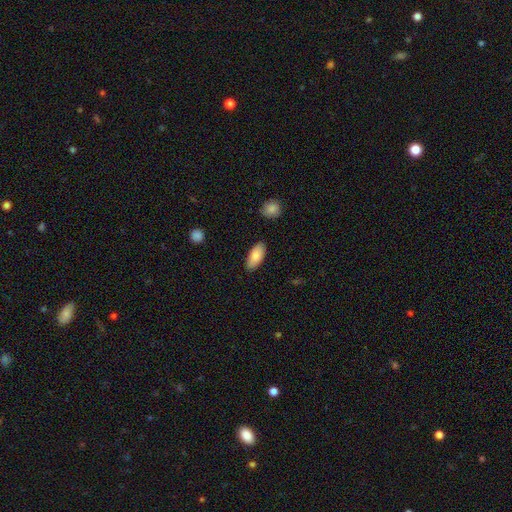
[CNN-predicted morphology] Smooth or featured? Predicted: smooth (p=0.82). How rounded? Predicted: in between (p=0.90). Merging? Predicted: none (p=0.86).